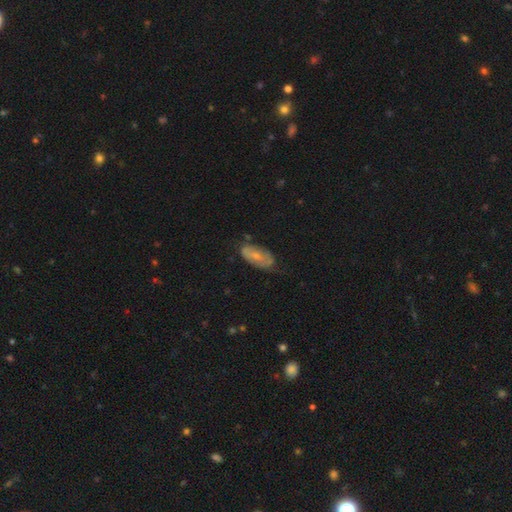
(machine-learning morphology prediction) Q: Smooth or featured?
A: smooth (48%); runner-up: featured or disk (45%)
Q: Merging?
A: none (57%); runner-up: minor disturbance (31%)